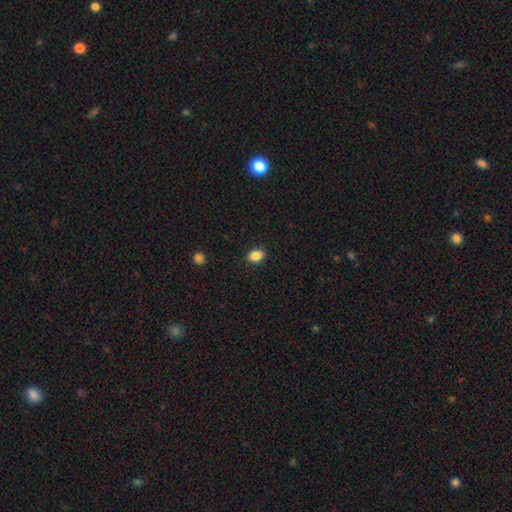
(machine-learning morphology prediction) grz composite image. It shows a smooth galaxy with no disk features (87%) that is in between round and cigar-shaped (71%). Merging: none (88%).